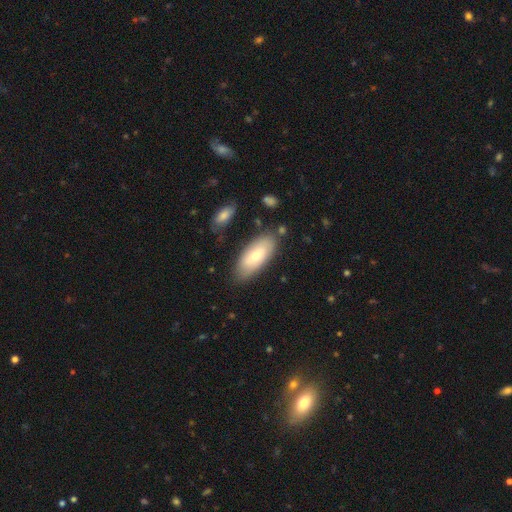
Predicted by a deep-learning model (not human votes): smooth_or_featured: smooth (p=0.65) [alt: featured or disk p=0.30]
how_rounded: in between (p=0.85) [alt: cigar-shaped p=0.13]
merging: none (p=0.80) [alt: minor disturbance p=0.14]